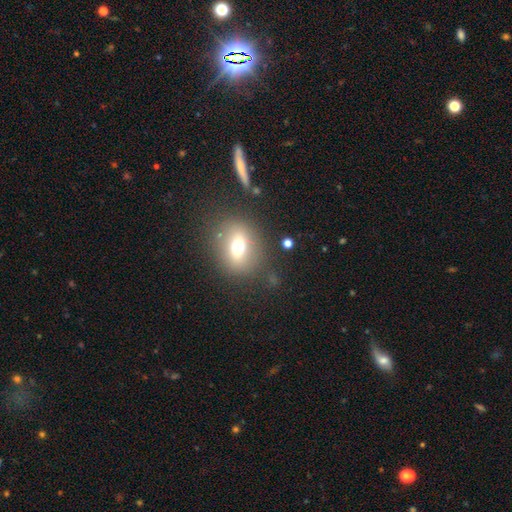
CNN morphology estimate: Smooth or featured? smooth (53%)
How rounded? round (50%)
Merging? none (79%)